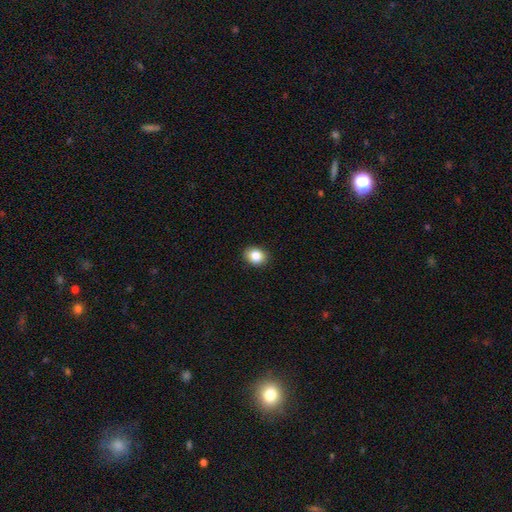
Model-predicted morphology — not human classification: type=smooth (84%); roundness=in between (56%); merging=none (89%).